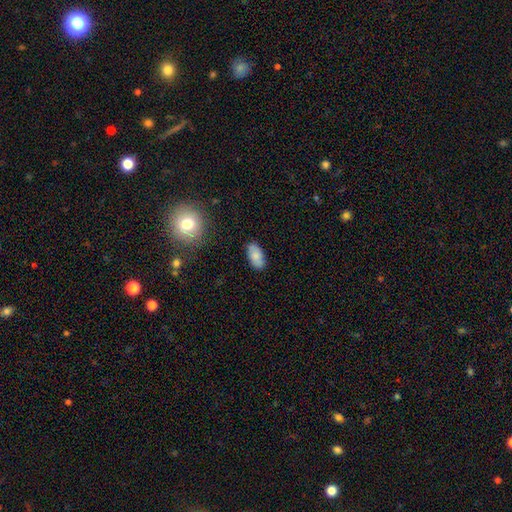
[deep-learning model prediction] A smooth galaxy with no disk features (80%) that is in between round and cigar-shaped (93%). Merging: none (83%).